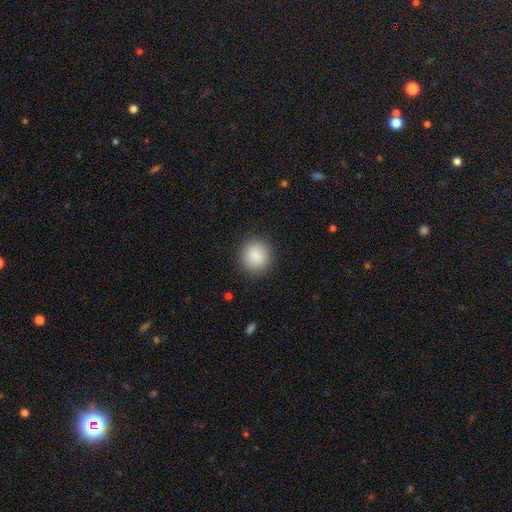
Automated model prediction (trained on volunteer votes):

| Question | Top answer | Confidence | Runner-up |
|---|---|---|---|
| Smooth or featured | smooth | 88% | star or artifact (8%) |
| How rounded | round | 85% | in between (14%) |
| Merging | none | 89% | minor disturbance (8%) |